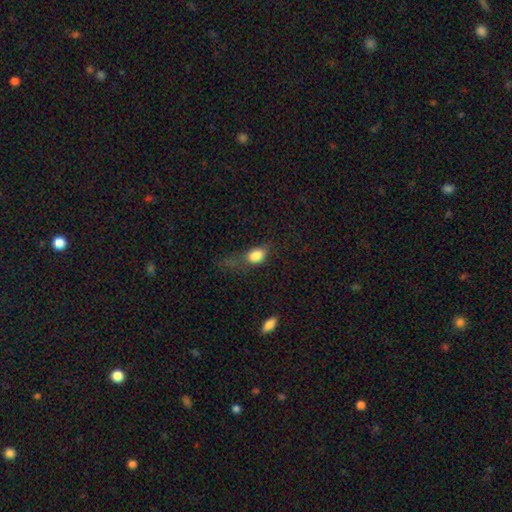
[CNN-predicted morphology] The model was most divided on "merging": major disturbance: 37%, none: 31%, minor disturbance: 27%, merger: 5%. More confident: smooth or featured — smooth (82%); how rounded — in between (80%).